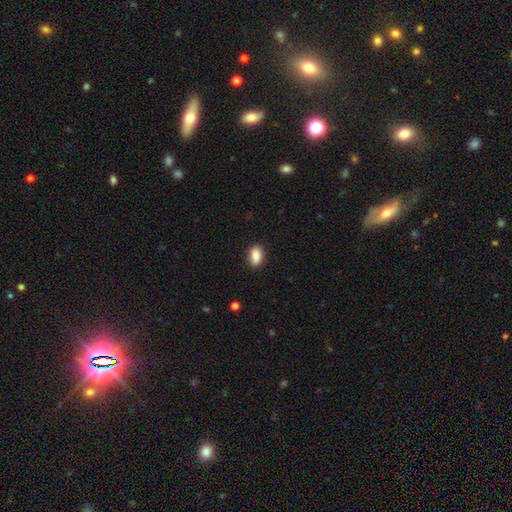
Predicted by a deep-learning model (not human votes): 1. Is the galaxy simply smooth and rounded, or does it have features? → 87% smooth, 8% star or artifact, 5% featured or disk.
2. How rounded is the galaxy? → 89% in between, 9% round, 3% cigar-shaped.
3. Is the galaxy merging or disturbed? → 88% none, 8% minor disturbance, 2% major disturbance, 1% merger.